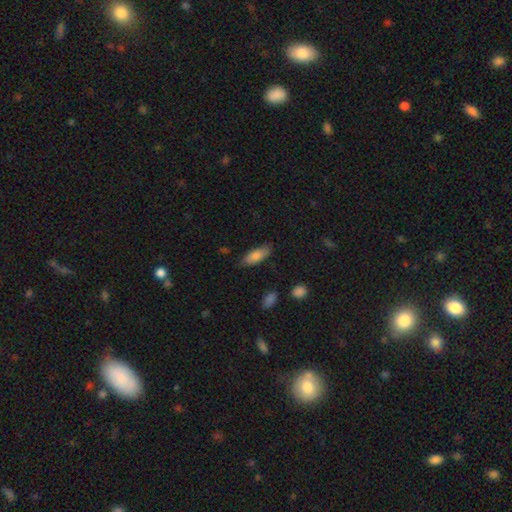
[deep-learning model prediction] Overall: smooth (80%). How rounded: in between (75%). Merging: none (79%).